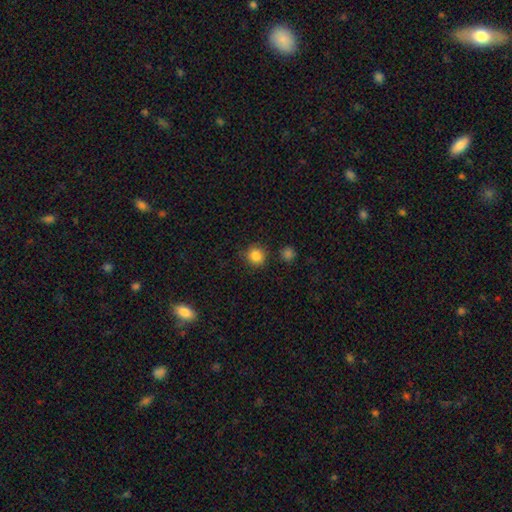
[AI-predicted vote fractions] A smooth galaxy with no disk features (85%) that is round (91%).

Vote fractions:
- Smooth or featured? smooth: 85% / star or artifact: 11% / featured or disk: 4%
- How rounded? round: 91% / in between: 8% / cigar-shaped: 1%
- Merging? none: 86% / minor disturbance: 8% / merger: 3% / major disturbance: 3%